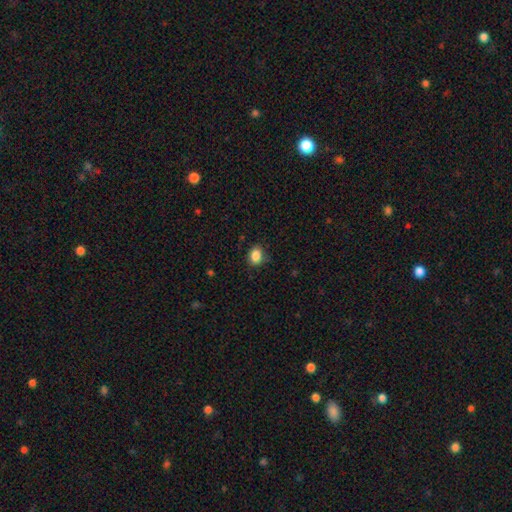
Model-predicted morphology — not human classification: A smooth galaxy with no disk features (86%) that is in between round and cigar-shaped (55%). Merging: none (83%).